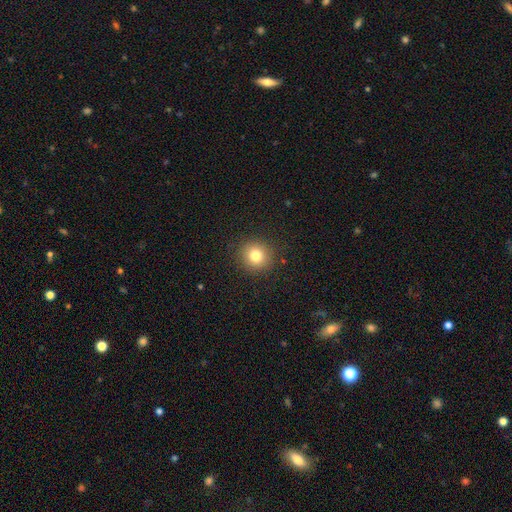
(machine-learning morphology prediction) Q: Smooth or featured?
A: smooth (80%); runner-up: star or artifact (12%)
Q: How rounded?
A: round (91%); runner-up: in between (8%)
Q: Merging?
A: none (90%); runner-up: minor disturbance (6%)